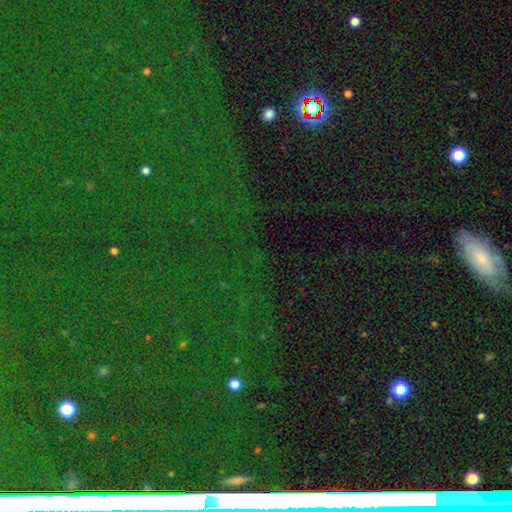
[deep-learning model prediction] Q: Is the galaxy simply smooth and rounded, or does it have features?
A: star or artifact — 83%.